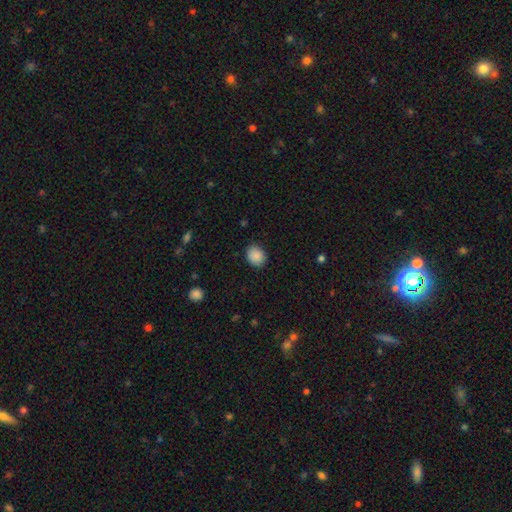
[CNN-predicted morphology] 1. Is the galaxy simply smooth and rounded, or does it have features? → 89% smooth, 8% star or artifact, 3% featured or disk.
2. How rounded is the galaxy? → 62% round, 37% in between, 1% cigar-shaped.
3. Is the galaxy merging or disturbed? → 84% none, 12% minor disturbance, 3% major disturbance, 1% merger.